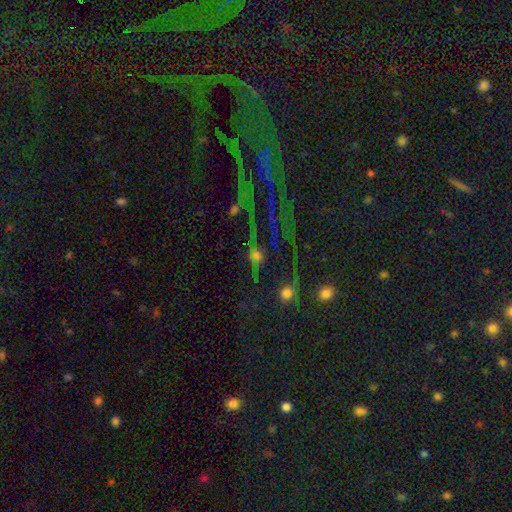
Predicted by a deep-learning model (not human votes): Morphology: type=smooth (40%); merging=none (61%).